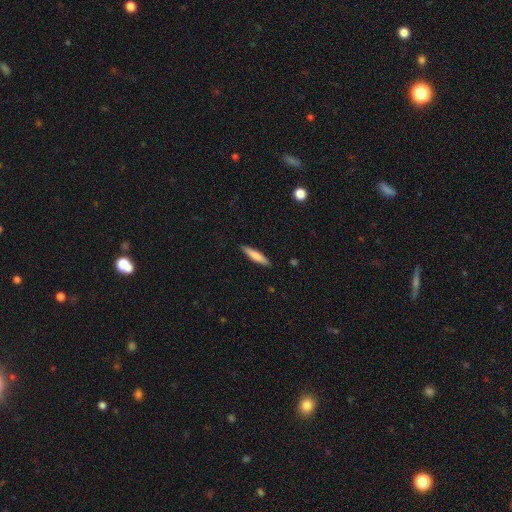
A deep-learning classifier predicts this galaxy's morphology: Smooth or featured? Predicted: smooth (p=0.73). How rounded? Predicted: cigar-shaped (p=0.87). Merging? Predicted: none (p=0.89).